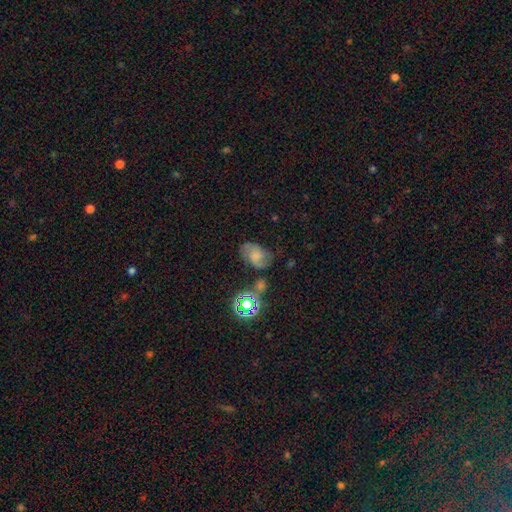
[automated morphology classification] Smooth or featured? Predicted: featured or disk (p=0.43). Merging? Predicted: none (p=0.48).